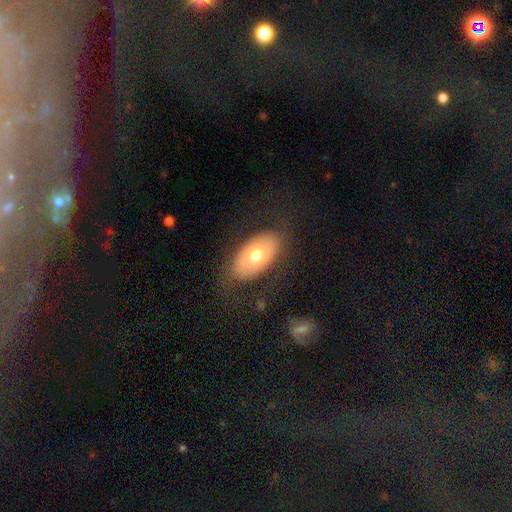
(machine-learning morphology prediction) smooth-or-featured: smooth: 62% | featured or disk: 31% | star or artifact: 7%
  how-rounded: in between: 93% | round: 5% | cigar-shaped: 1%
  merging: none: 77% | minor disturbance: 15% | major disturbance: 7% | merger: 1%